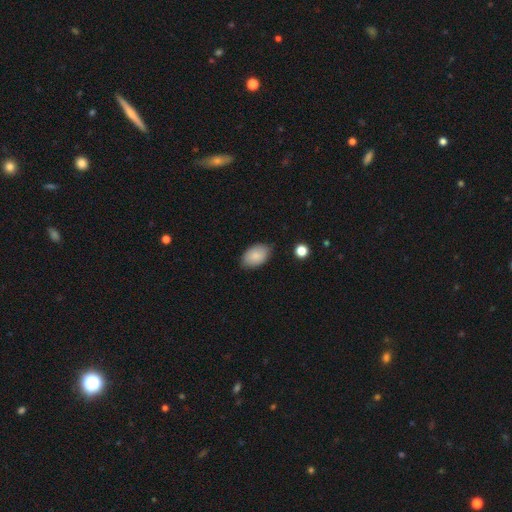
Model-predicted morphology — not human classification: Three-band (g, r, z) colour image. It shows a smooth galaxy with no disk features (86%) that is in between round and cigar-shaped (92%). Merging: none (81%).